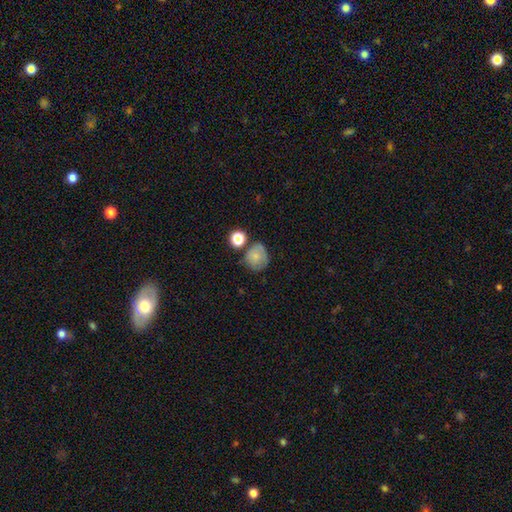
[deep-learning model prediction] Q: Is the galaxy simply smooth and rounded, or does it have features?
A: smooth — 74%.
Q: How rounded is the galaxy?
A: round — 77%.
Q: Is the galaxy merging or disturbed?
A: none — 55%.